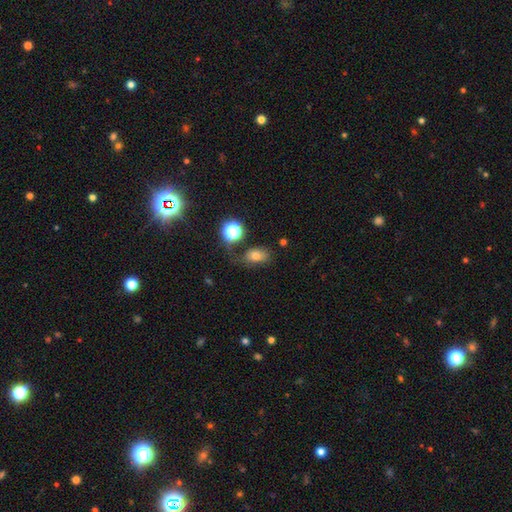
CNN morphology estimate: Q: Smooth or featured?
A: smooth (72%); runner-up: star or artifact (17%)
Q: How rounded?
A: in between (79%); runner-up: round (19%)
Q: Merging?
A: none (57%); runner-up: minor disturbance (24%)